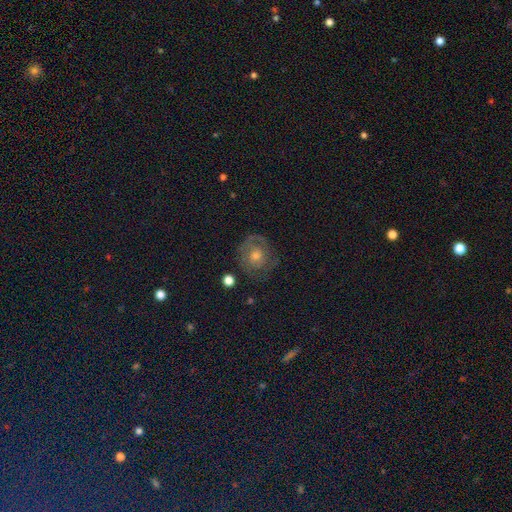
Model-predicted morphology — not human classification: featured or disk 58%, smooth 26%, star or artifact 15%. Down the decision tree: edge-on disk — no (97%); bar — no (80%); spiral arms — yes (76%); bulge size — moderate (62%); merging — none (73%).